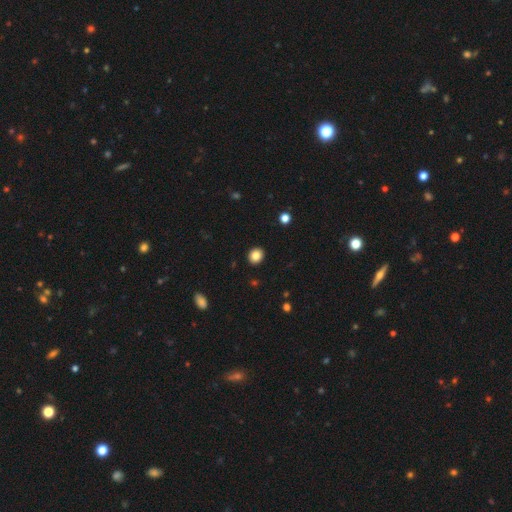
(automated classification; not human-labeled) Smooth or featured: smooth — 85% (star or artifact — 10%)
How rounded: round — 72% (in between — 27%)
Merging: none — 92% (minor disturbance — 5%)